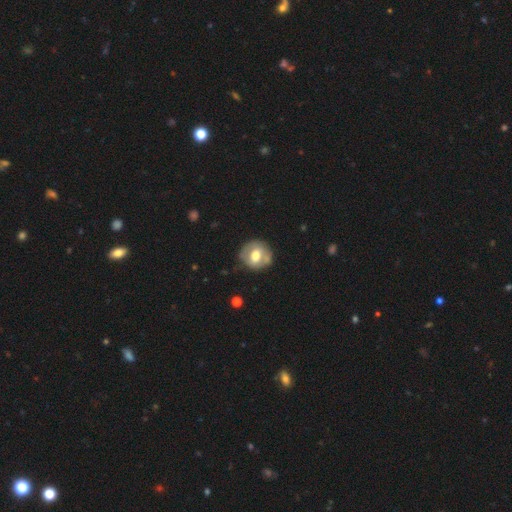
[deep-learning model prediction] The model was most divided on "smooth or featured": smooth: 55%, featured or disk: 38%, star or artifact: 7%. More confident: how rounded — round (81%); merging — none (69%).